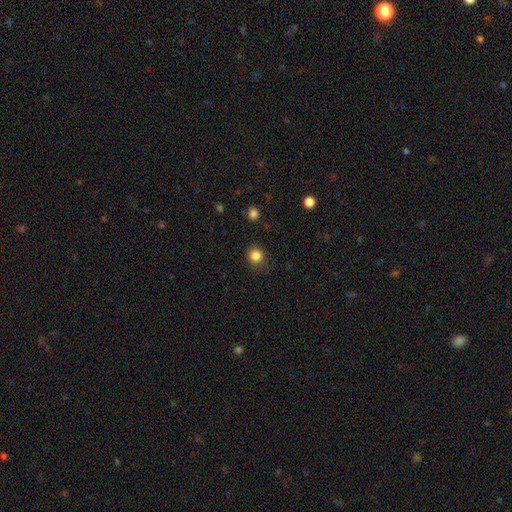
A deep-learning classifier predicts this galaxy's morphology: smooth_or_featured: smooth (p=0.84) [alt: star or artifact p=0.12]
how_rounded: round (p=0.89) [alt: in between p=0.10]
merging: none (p=0.84) [alt: minor disturbance p=0.11]